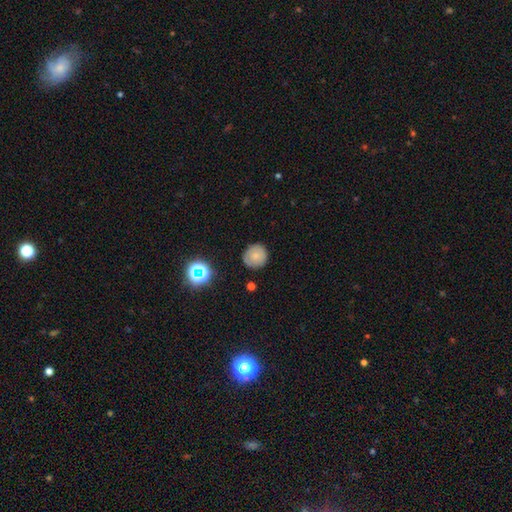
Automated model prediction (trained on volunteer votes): This appears to be a smooth galaxy with no disk features (71%) that is round (93%). Merging: none (85%).